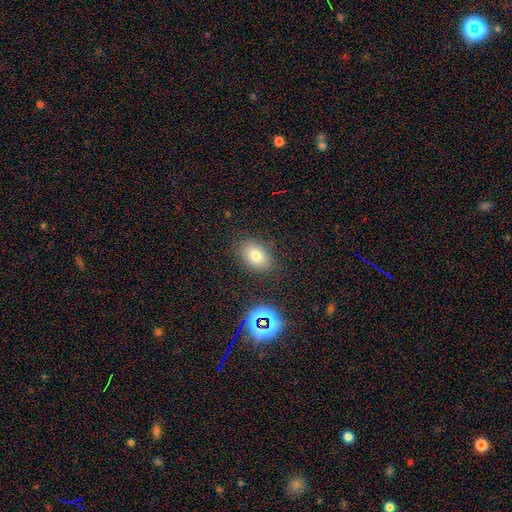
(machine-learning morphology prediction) Smooth or featured? smooth (75%)
How rounded? in between (78%)
Merging? none (84%)